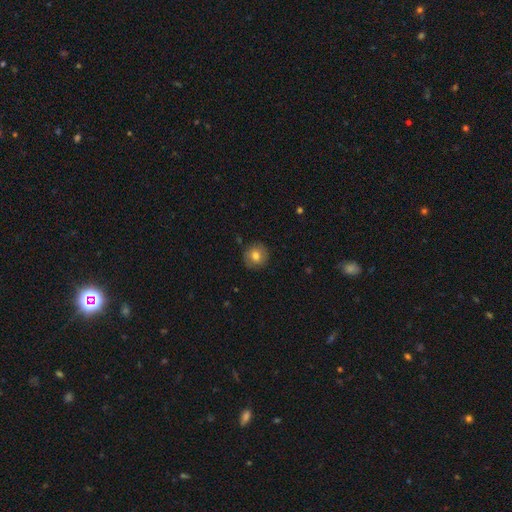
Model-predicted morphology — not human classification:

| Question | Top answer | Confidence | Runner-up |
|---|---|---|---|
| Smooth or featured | smooth | 76% | featured or disk (15%) |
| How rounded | round | 92% | in between (7%) |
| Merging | none | 86% | minor disturbance (11%) |